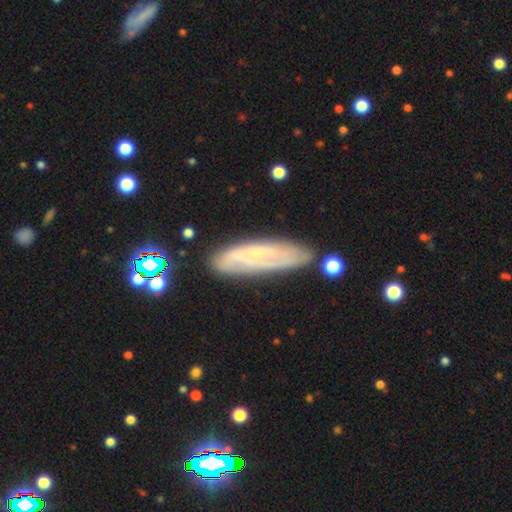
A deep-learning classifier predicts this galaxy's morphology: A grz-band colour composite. It shows a featured or disk galaxy (58%). Merging: none (75%).